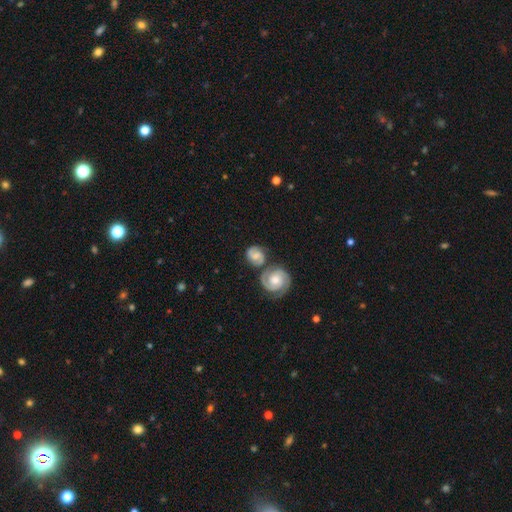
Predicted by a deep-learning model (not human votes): This appears to be a featured or disk galaxy (64%) with no bar (53%), 2 (83%) tight (54%) spiral arms (94%) and a moderate central bulge (48%). Merging: none (51%).